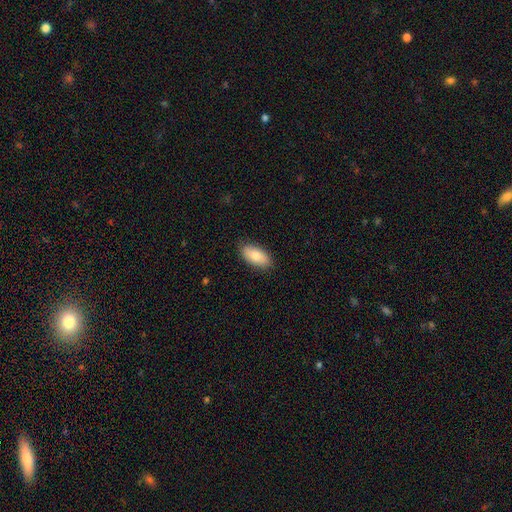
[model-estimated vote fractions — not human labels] The model was most divided on "smooth or featured": smooth: 82%, featured or disk: 12%, star or artifact: 6%. More confident: how rounded — in between (91%); merging — none (86%).